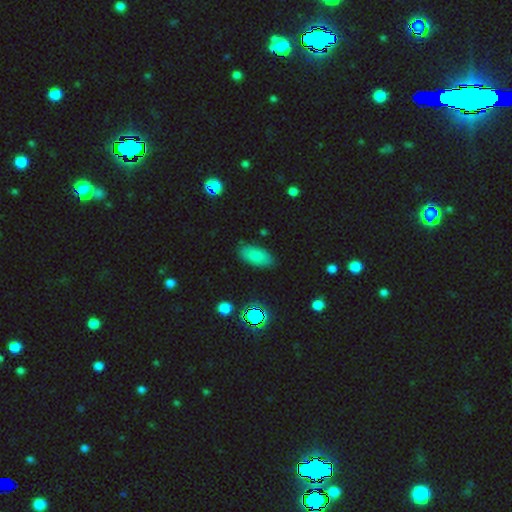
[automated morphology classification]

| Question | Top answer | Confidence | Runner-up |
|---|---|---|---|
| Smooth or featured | smooth | 76% | featured or disk (13%) |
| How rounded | in between | 91% | cigar-shaped (5%) |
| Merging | none | 84% | minor disturbance (12%) |